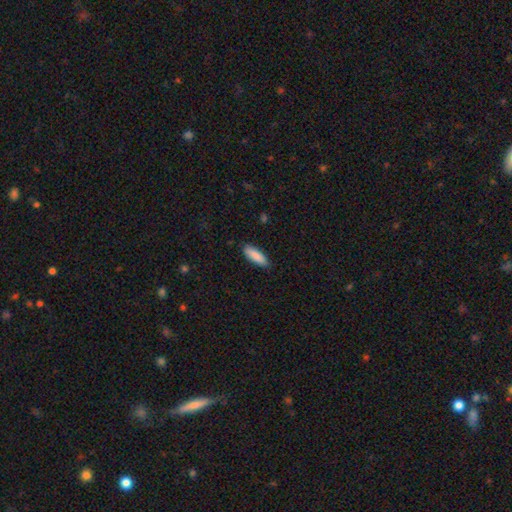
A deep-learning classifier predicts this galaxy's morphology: smooth-or-featured: smooth: 89% | star or artifact: 6% | featured or disk: 5%
  how-rounded: in between: 56% | cigar-shaped: 43% | round: 1%
  merging: none: 86% | minor disturbance: 11% | major disturbance: 2% | merger: 1%